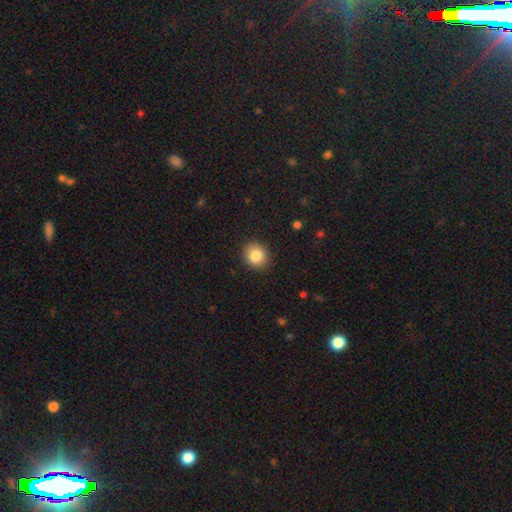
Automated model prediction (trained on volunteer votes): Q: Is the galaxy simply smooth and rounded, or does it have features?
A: smooth — 85%.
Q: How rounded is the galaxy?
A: round — 71%.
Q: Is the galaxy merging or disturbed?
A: none — 90%.